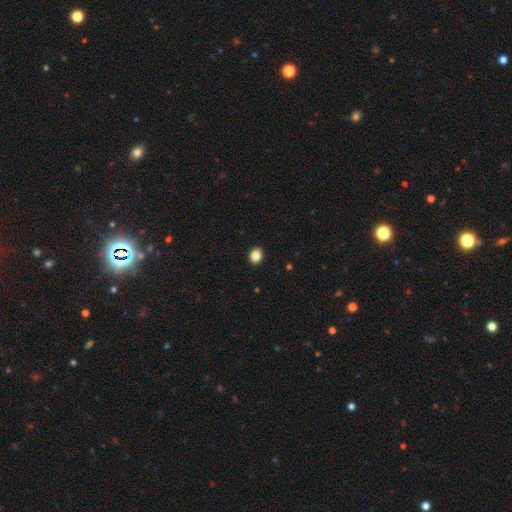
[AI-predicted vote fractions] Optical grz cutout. It shows a smooth galaxy with no disk features (86%) that is round (71%). Merging: none (93%).